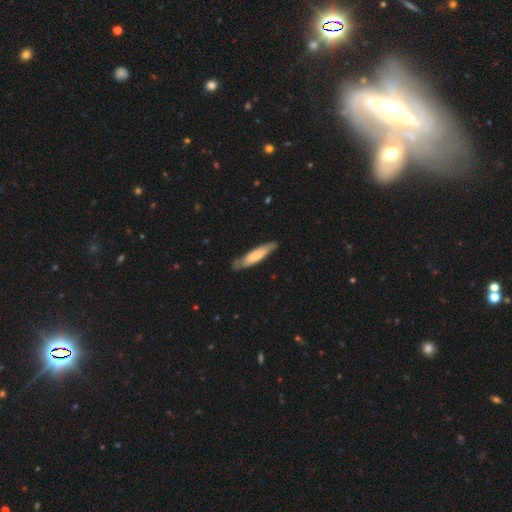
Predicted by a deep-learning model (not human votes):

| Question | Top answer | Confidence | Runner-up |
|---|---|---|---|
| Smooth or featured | smooth | 63% | featured or disk (32%) |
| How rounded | cigar-shaped | 79% | in between (20%) |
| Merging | none | 76% | minor disturbance (19%) |